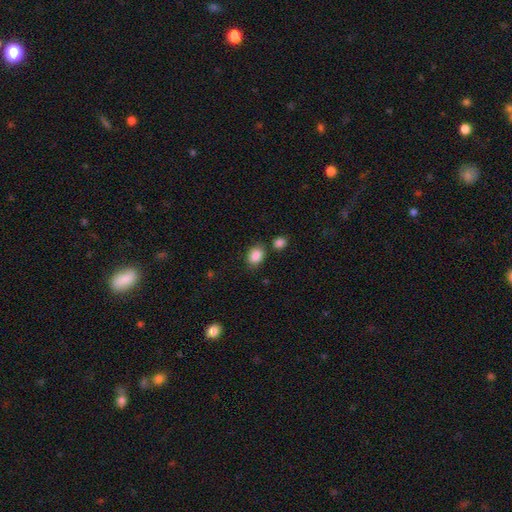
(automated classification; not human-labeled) Smooth or featured: smooth — 87% (star or artifact — 9%)
How rounded: in between — 64% (round — 35%)
Merging: none — 73% (minor disturbance — 13%)